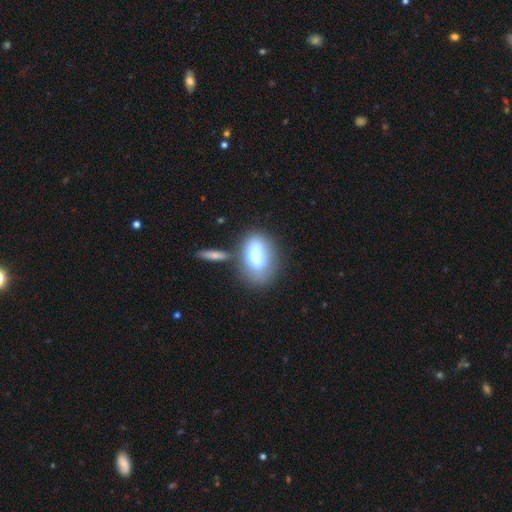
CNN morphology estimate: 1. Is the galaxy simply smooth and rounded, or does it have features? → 76% smooth, 16% featured or disk, 8% star or artifact.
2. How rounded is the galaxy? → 85% in between, 13% round, 2% cigar-shaped.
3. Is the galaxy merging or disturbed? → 45% none, 27% merger, 18% minor disturbance, 10% major disturbance.